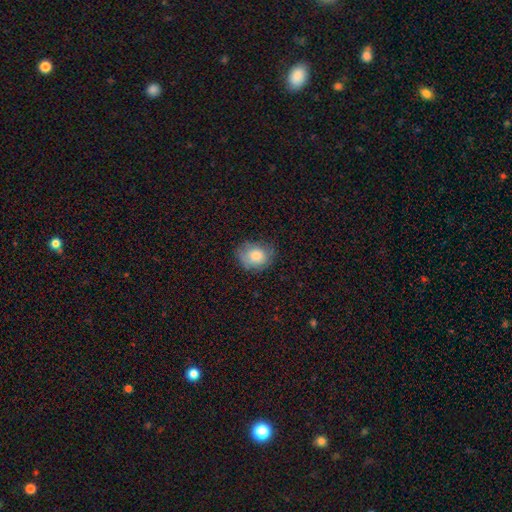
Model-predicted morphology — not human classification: The model was most divided on "how rounded": round: 56%, in between: 43%, cigar-shaped: 1%. More confident: smooth or featured — smooth (79%); merging — none (67%).